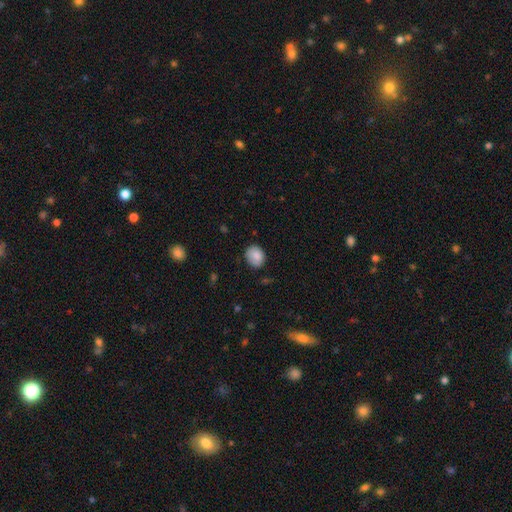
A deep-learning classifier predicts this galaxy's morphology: A smooth galaxy with no disk features (84%) that is round (52%). Merging: none (78%).